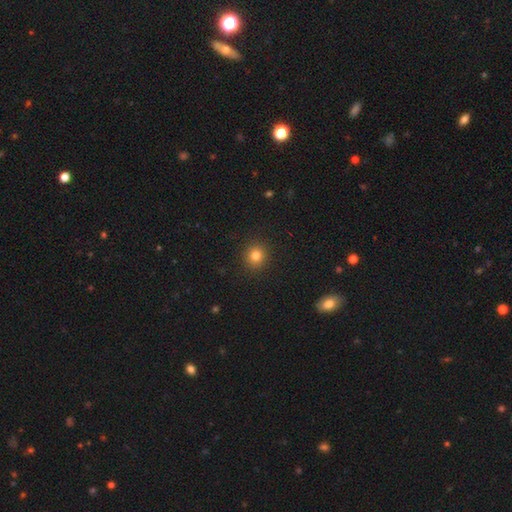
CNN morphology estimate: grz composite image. It shows a smooth galaxy with no disk features (81%) that is round (91%). Merging: none (92%).